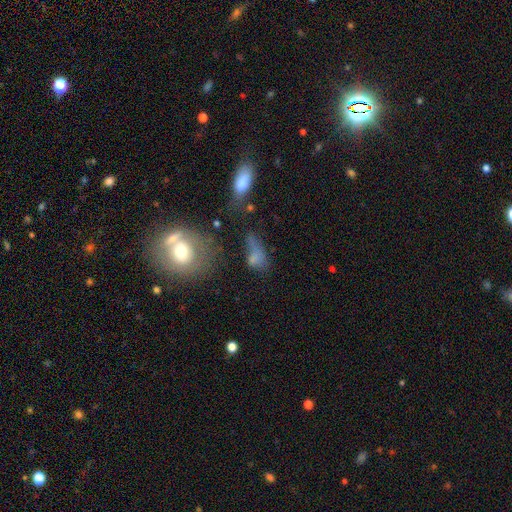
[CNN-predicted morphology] smooth-or-featured: smooth: 65% | featured or disk: 18% | star or artifact: 17%
  how-rounded: in between: 68% | round: 23% | cigar-shaped: 8%
  merging: none: 30% (tied) | major disturbance: 30% (tied) | minor disturbance: 20% | merger: 20%